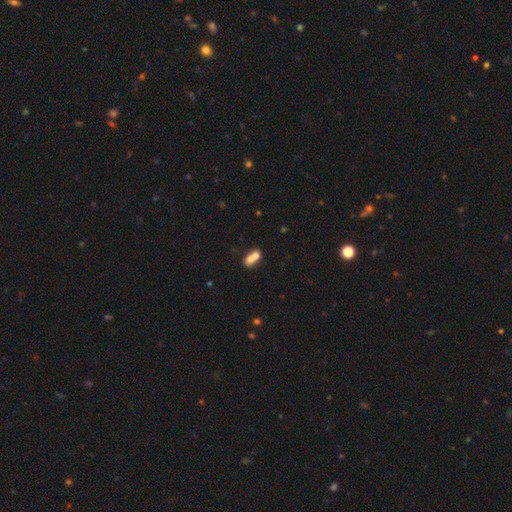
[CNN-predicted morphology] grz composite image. It shows a smooth galaxy with no disk features (69%) that is in between round and cigar-shaped (70%). Merging: merger (61%).